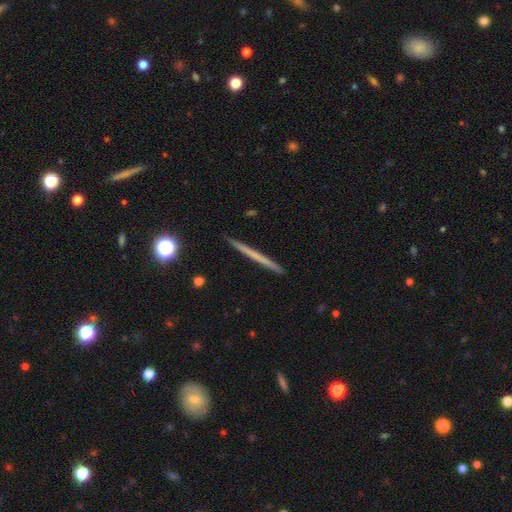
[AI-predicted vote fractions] Smooth or featured?
  - featured or disk: 49% *
  - smooth: 44%
  - star or artifact: 6%
Merging?
  - none: 93% *
  - minor disturbance: 5%
  - major disturbance: 1%
  - merger: 1%